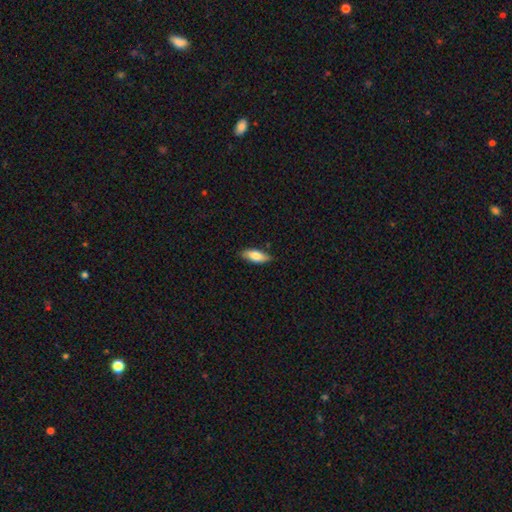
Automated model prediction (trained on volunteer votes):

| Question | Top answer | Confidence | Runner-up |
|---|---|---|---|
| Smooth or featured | smooth | 80% | featured or disk (14%) |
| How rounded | in between | 75% | cigar-shaped (23%) |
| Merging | none | 82% | minor disturbance (15%) |